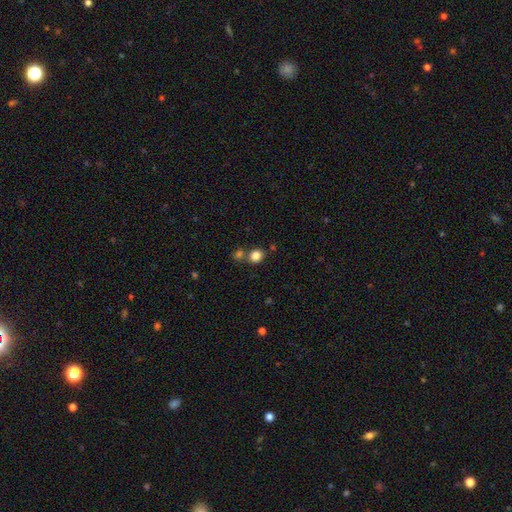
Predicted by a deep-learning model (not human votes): Smooth or featured? Predicted: smooth (p=0.84). How rounded? Predicted: round (p=0.74). Merging? Predicted: none (p=0.68).